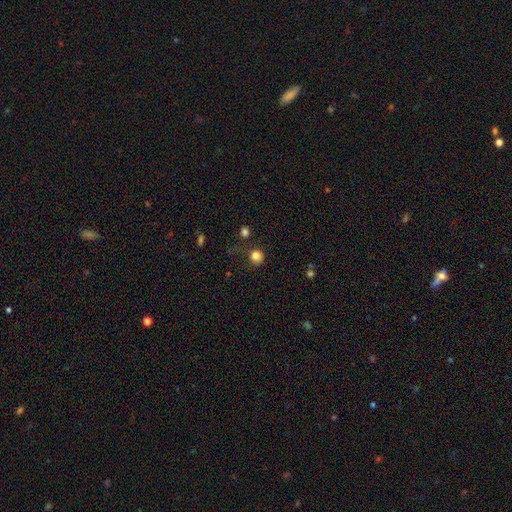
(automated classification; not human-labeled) Smooth or featured: smooth — 82% (star or artifact — 13%)
How rounded: round — 90% (in between — 9%)
Merging: none — 71% (minor disturbance — 16%)